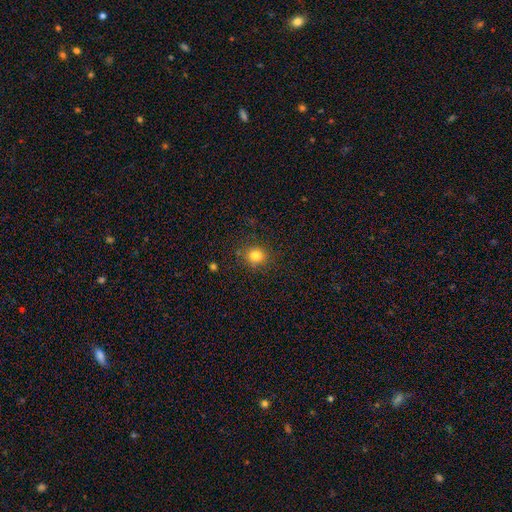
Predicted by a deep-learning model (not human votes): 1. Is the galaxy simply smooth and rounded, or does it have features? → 81% smooth, 13% star or artifact, 6% featured or disk.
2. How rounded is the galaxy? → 80% round, 19% in between, 1% cigar-shaped.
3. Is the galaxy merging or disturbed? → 85% none, 10% minor disturbance, 3% major disturbance, 2% merger.